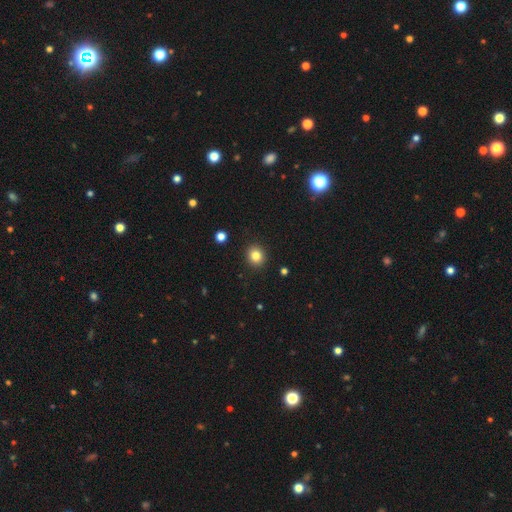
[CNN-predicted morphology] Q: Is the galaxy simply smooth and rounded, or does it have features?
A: smooth — 83%.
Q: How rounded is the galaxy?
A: round — 83%.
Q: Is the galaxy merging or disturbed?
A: none — 91%.